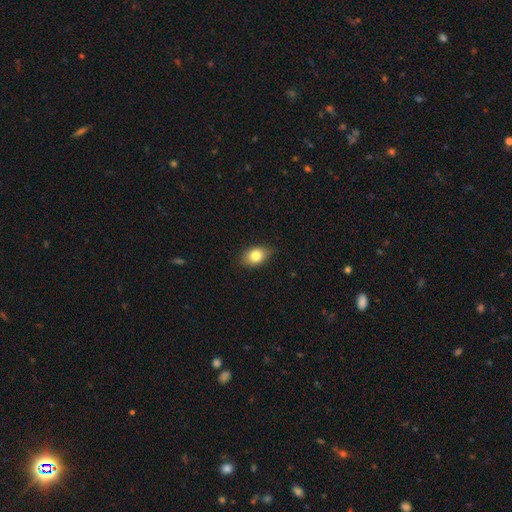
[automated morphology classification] Smooth or featured: smooth — 82% (featured or disk — 10%)
How rounded: in between — 81% (round — 17%)
Merging: none — 82% (minor disturbance — 14%)